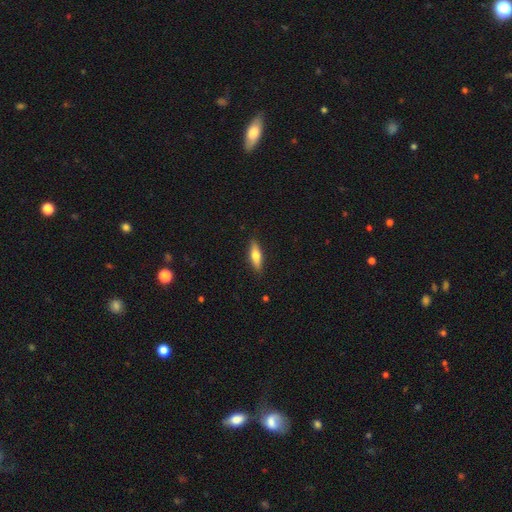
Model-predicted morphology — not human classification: Overall: smooth (60%; featured or disk 34%). How rounded: cigar-shaped (55%; in between 43%). Merging: none (88%).